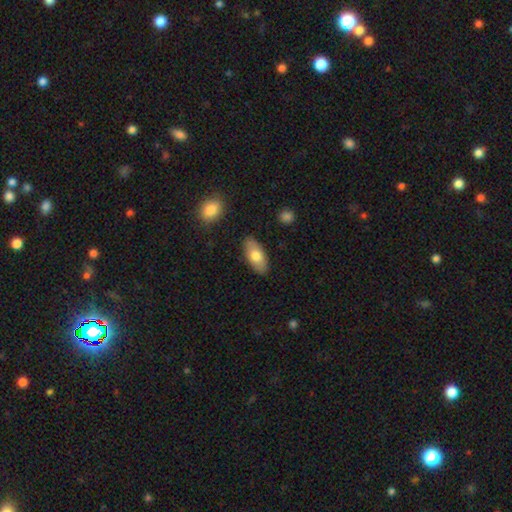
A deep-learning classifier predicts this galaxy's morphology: Overall: smooth (74%). How rounded: in between (89%). Merging: none (86%).